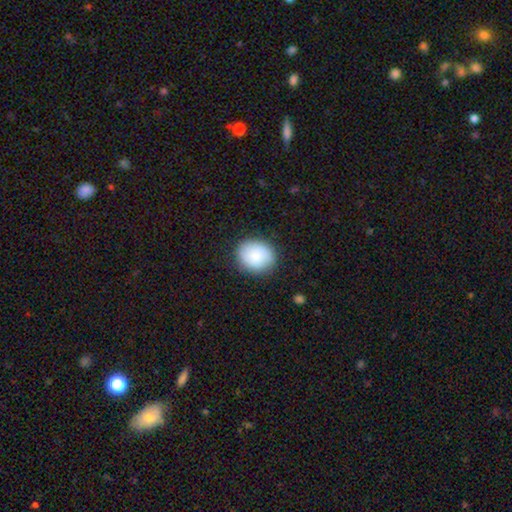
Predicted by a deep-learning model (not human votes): This is clearly a smooth galaxy (84%). How rounded: likely round (67%). Merging: clearly none (85%).